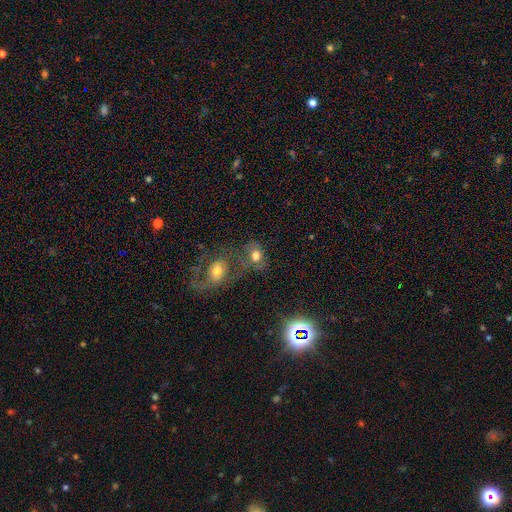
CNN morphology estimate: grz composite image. It shows a smooth galaxy with no disk features (66%) that is in between round and cigar-shaped (61%). Merging: merger (40%).